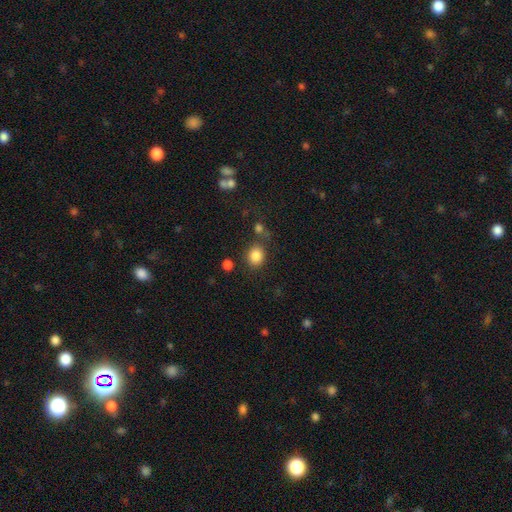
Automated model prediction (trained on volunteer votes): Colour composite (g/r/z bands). It shows a smooth galaxy with no disk features (85%) that is round (65%). Merging: none (72%).